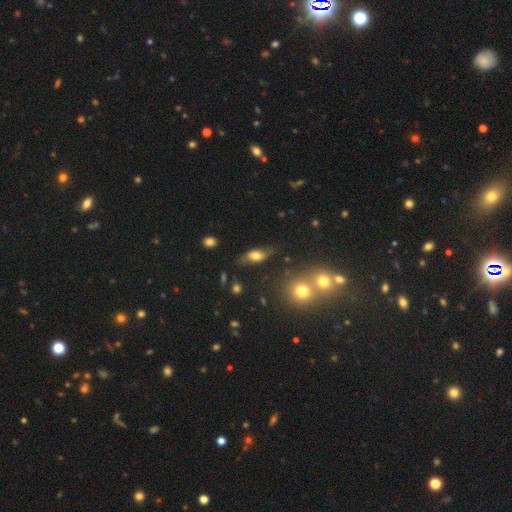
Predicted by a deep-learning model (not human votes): Overall: smooth (60%; featured or disk 31%). How rounded: in between (77%). Merging: none (67%).